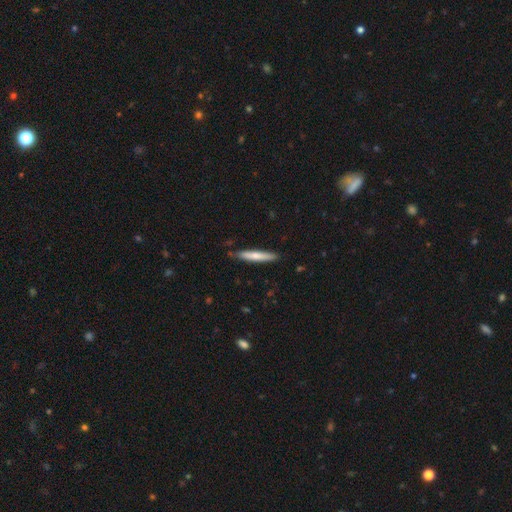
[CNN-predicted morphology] type=smooth (65%); roundness=cigar-shaped (92%); merging=none (84%).